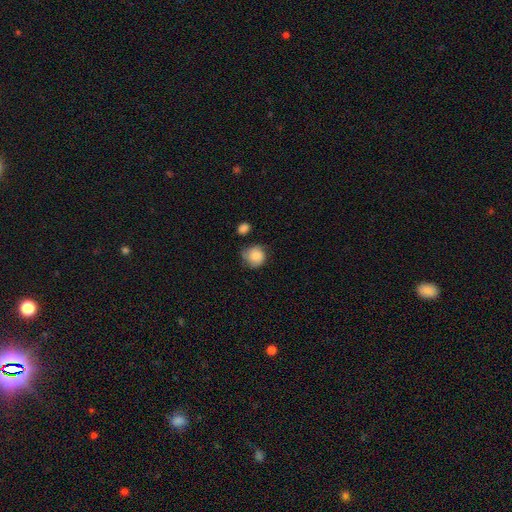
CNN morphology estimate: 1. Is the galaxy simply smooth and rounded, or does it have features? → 79% smooth, 13% featured or disk, 8% star or artifact.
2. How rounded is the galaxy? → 84% round, 15% in between, 1% cigar-shaped.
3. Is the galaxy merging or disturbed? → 57% none, 31% minor disturbance, 8% major disturbance, 4% merger.